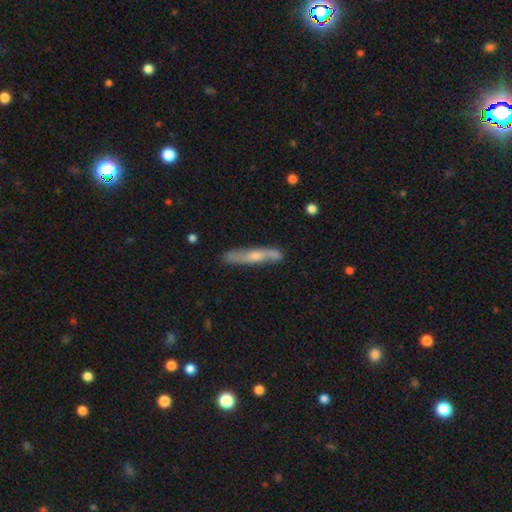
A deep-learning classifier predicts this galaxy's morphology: smooth-or-featured: featured or disk: 60% | smooth: 34% | star or artifact: 6%
  disk-edge-on: yes: 64% | no: 36%
  merging: none: 79% | minor disturbance: 15% | major disturbance: 3% | merger: 3%